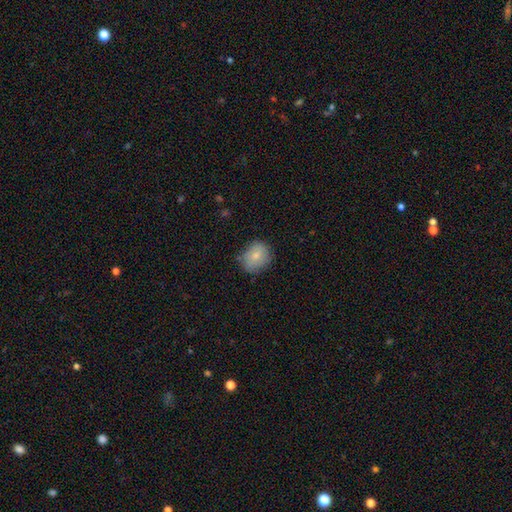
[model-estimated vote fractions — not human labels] Smooth or featured? Predicted: smooth (p=0.77). How rounded? Predicted: round (p=0.55). Merging? Predicted: none (p=0.74).